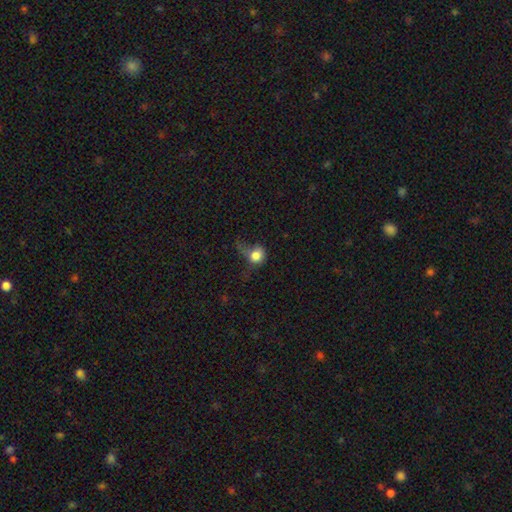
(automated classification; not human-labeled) Morphology: type=smooth (78%); roundness=round (72%); merging=major disturbance (46%).